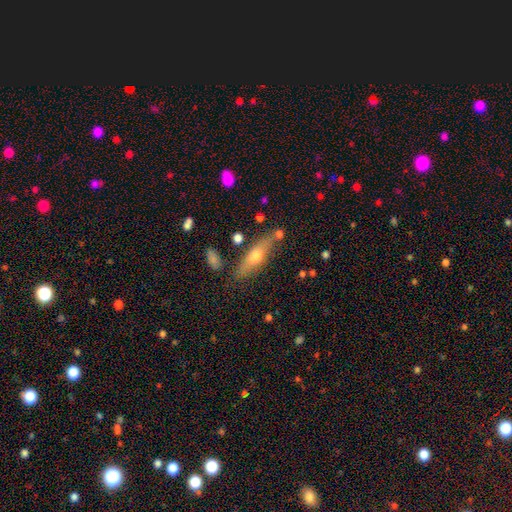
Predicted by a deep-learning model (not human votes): smooth-or-featured: smooth: 48% | featured or disk: 45% | star or artifact: 7%
  merging: none: 77% | minor disturbance: 14% | merger: 6% | major disturbance: 3%